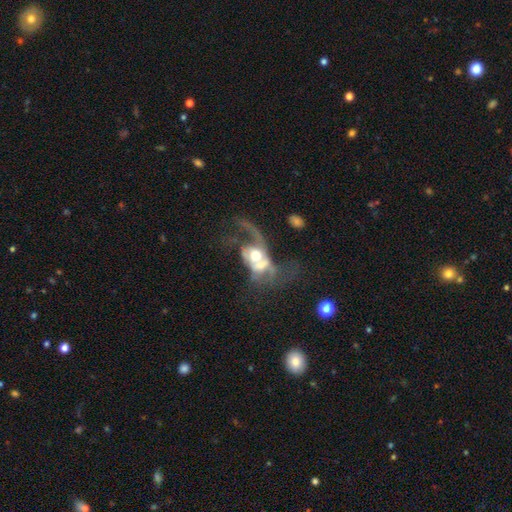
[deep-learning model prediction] A featured or disk galaxy (66%) with no bar (72%), spiral arms (59%) and a moderate central bulge (50%). Merging: merger (51%).